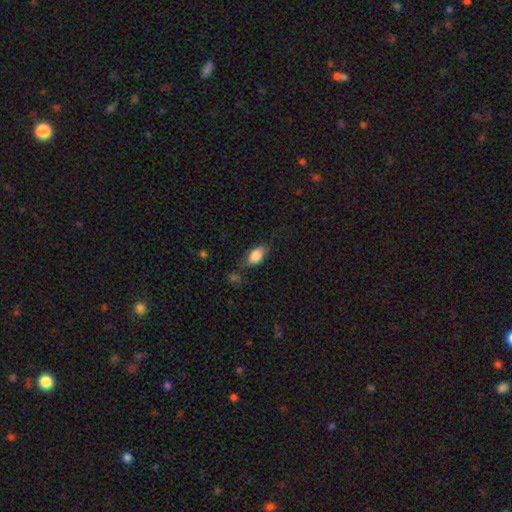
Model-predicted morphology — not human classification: The model was most divided on "merging": none: 64%, minor disturbance: 24%, major disturbance: 8%, merger: 4%. More confident: how rounded — in between (87%); smooth or featured — smooth (80%).